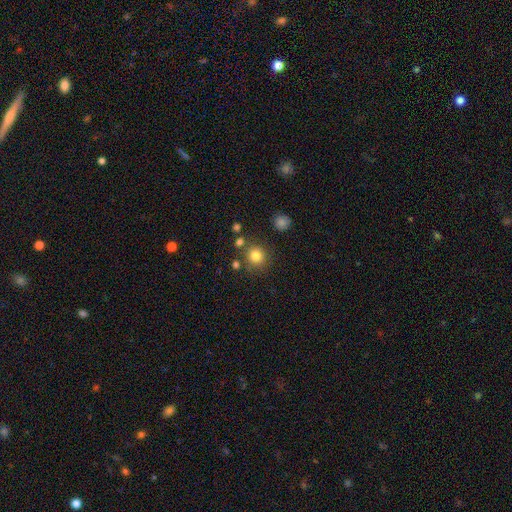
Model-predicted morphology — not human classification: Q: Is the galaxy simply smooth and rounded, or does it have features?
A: smooth — 81%.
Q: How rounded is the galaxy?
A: round — 91%.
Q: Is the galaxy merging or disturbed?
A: none — 80%.